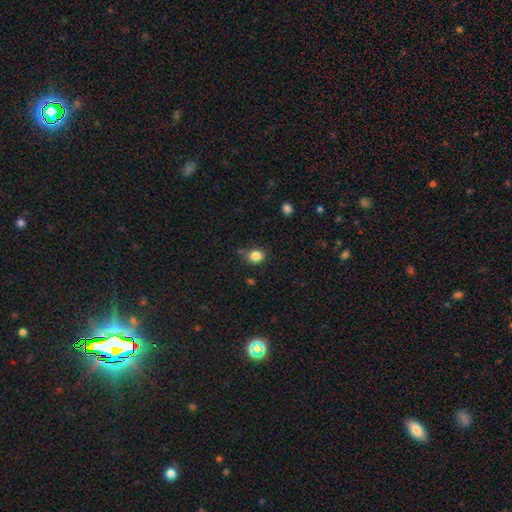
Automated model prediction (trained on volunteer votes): The model was most divided on "how rounded": round: 68%, in between: 31%, cigar-shaped: 1%. More confident: smooth or featured — smooth (84%); merging — none (77%).